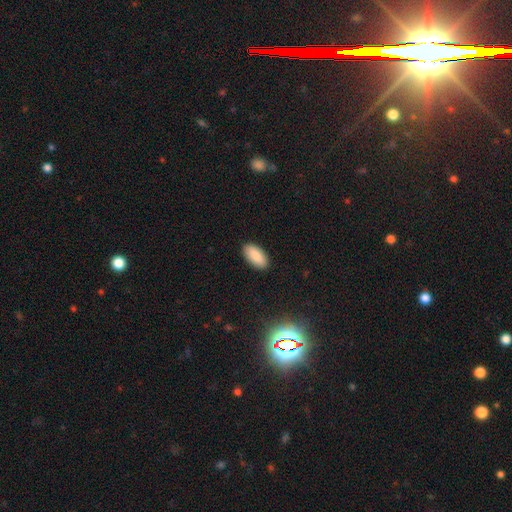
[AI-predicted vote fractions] Smooth or featured? Predicted: smooth (p=0.87). How rounded? Predicted: in between (p=0.92). Merging? Predicted: none (p=0.89).